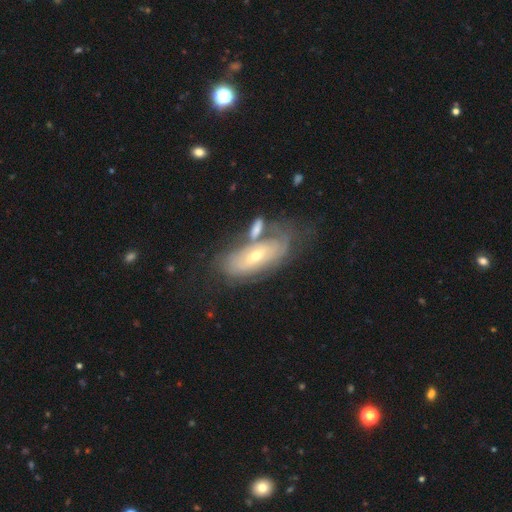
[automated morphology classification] Overall: featured or disk (65%; smooth 28%). Edge-on disk: no (86%). Bar: no (72%). Spiral arms: yes (61%; no 39%). Bulge size: small (51%; moderate 45%). Merging: none (42%; merger 23%).